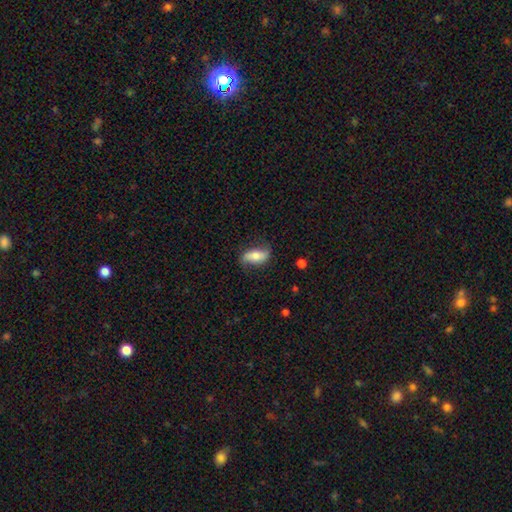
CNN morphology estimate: smooth-or-featured: smooth: 57% | featured or disk: 36% | star or artifact: 7%
  how-rounded: in between: 82% | cigar-shaped: 13% | round: 4%
  merging: none: 70% | minor disturbance: 22% | major disturbance: 7% | merger: 1%